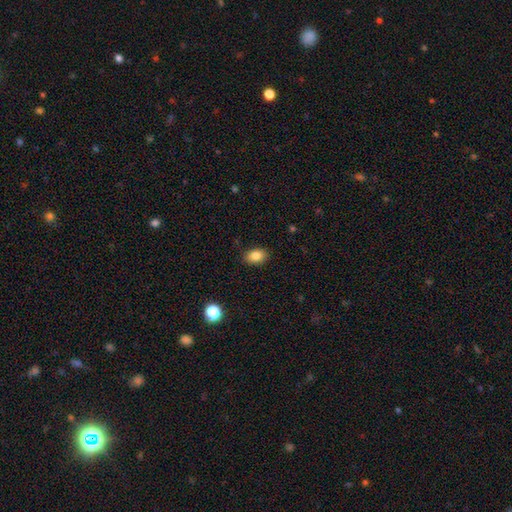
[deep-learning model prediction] smooth-or-featured: smooth: 84% | star or artifact: 9% | featured or disk: 7%
  how-rounded: in between: 84% | round: 15% | cigar-shaped: 1%
  merging: none: 88% | minor disturbance: 9% | major disturbance: 2% | merger: 1%